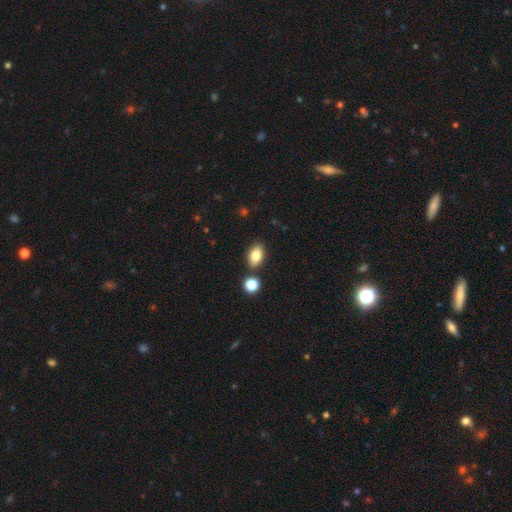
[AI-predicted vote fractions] This appears to be a smooth galaxy with no disk features (83%) that is in between round and cigar-shaped (88%). Merging: none (82%).